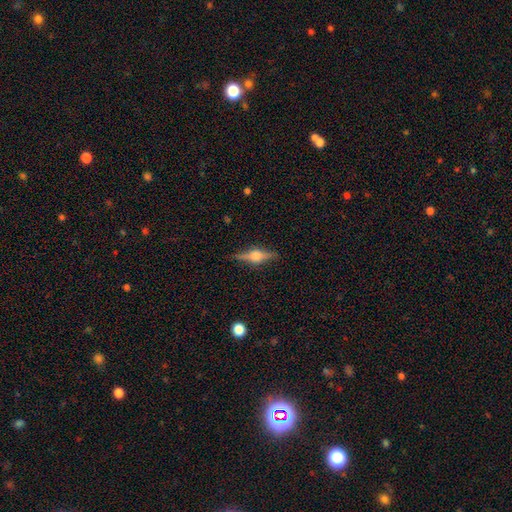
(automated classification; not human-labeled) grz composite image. It shows a featured or disk galaxy (73%) viewed edge-on (97%) with a rounded central bulge (92%). Merging: none (86%).